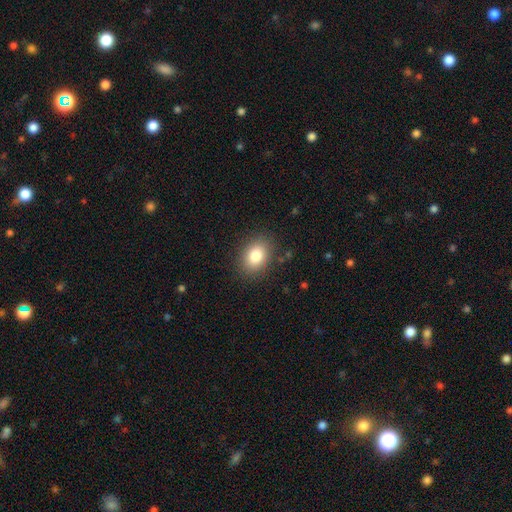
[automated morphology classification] smooth 82%, star or artifact 9%, featured or disk 9%. Down the decision tree: how rounded — in between (67%); merging — none (86%).